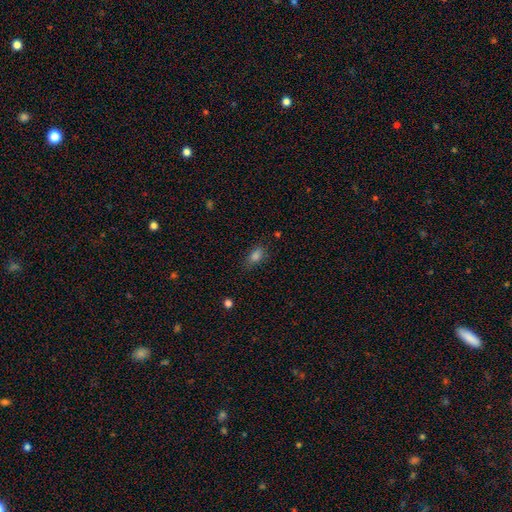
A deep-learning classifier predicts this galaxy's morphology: type=smooth (81%); roundness=in between (84%); merging=none (76%).